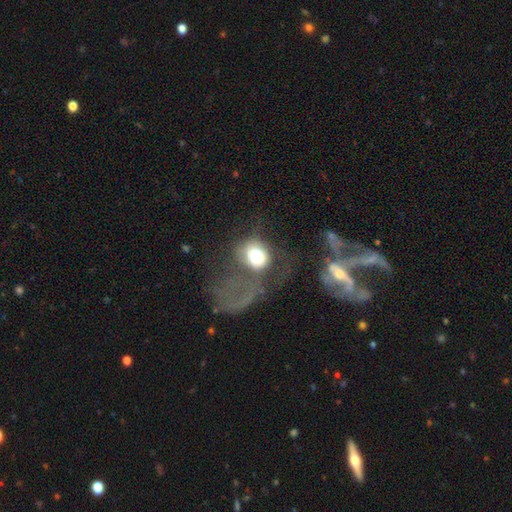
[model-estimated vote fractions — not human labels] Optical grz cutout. It shows a smooth galaxy with no disk features (58%) that is round (66%). Merging: major disturbance (61%).